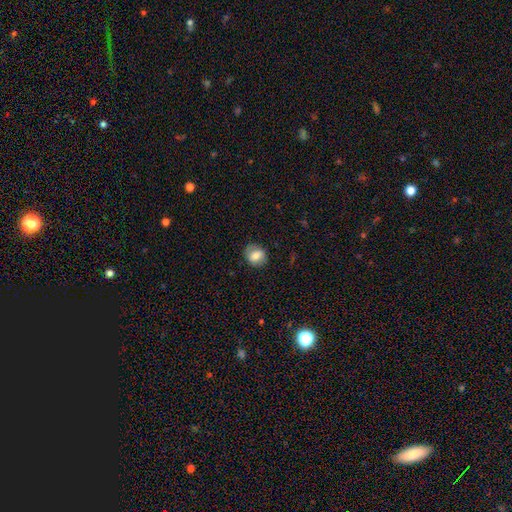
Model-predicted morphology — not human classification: The model was most divided on "how rounded": round: 61%, in between: 38%, cigar-shaped: 1%. More confident: merging — none (81%); smooth or featured — smooth (76%).